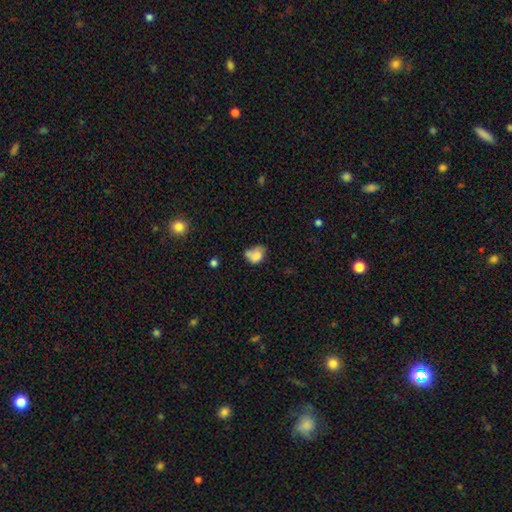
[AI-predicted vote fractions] Morphology: type=smooth (72%); roundness=in between (61%); merging=minor disturbance (31%).